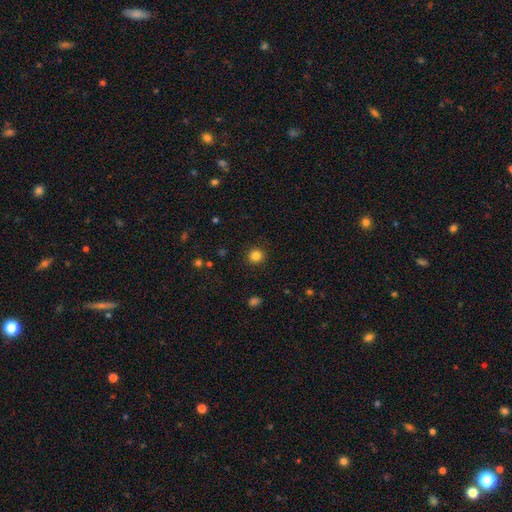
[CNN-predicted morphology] smooth-or-featured: smooth: 84% | star or artifact: 12% | featured or disk: 4%
  how-rounded: round: 92% | in between: 7% | cigar-shaped: 1%
  merging: none: 91% | minor disturbance: 6% | major disturbance: 2% | merger: 1%